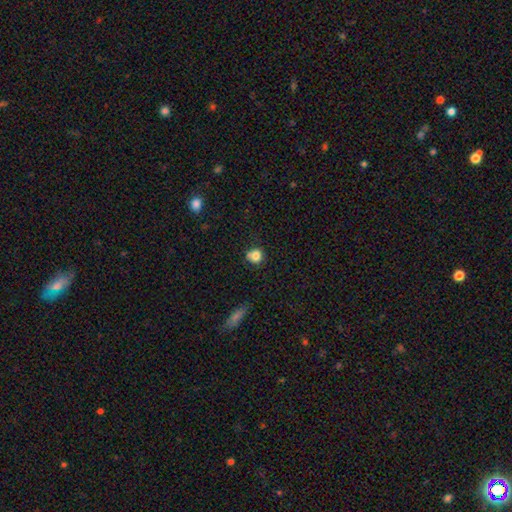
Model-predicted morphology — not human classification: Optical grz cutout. It shows a smooth galaxy with no disk features (80%) that is round (80%). Merging: none (59%).